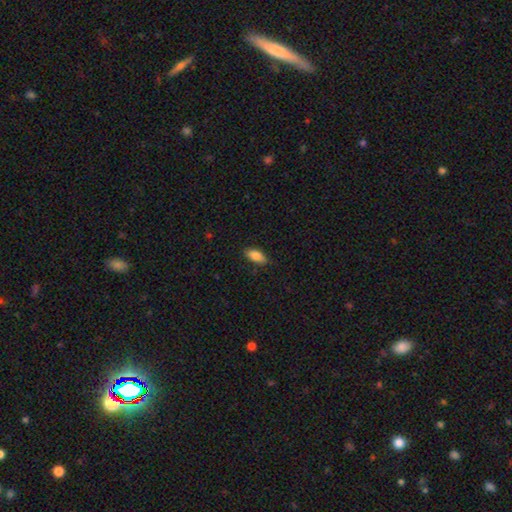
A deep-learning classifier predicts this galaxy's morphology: Q: Smooth or featured?
A: smooth (84%); runner-up: featured or disk (9%)
Q: How rounded?
A: in between (87%); runner-up: cigar-shaped (10%)
Q: Merging?
A: none (85%); runner-up: minor disturbance (12%)